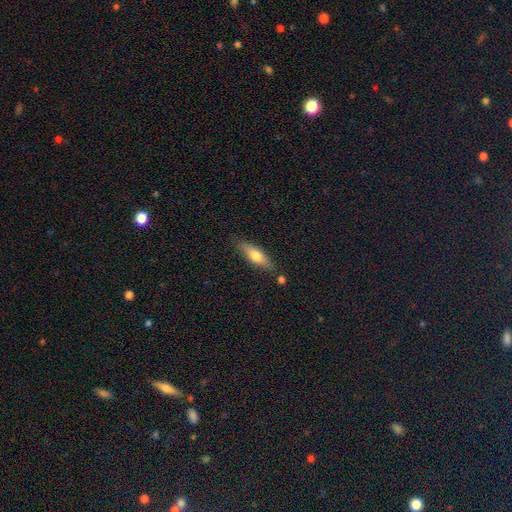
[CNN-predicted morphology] Q: Smooth or featured?
A: smooth (63%); runner-up: featured or disk (30%)
Q: How rounded?
A: cigar-shaped (51%); runner-up: in between (46%)
Q: Merging?
A: none (77%); runner-up: minor disturbance (15%)